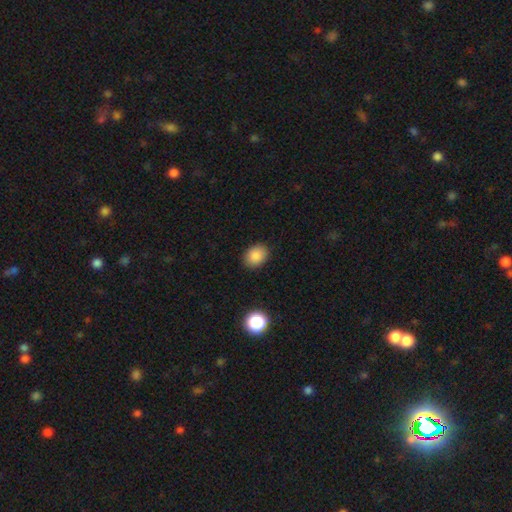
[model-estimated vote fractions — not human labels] smooth_or_featured: smooth (p=0.87) [alt: star or artifact p=0.09]
how_rounded: in between (p=0.59) [alt: round p=0.40]
merging: none (p=0.88) [alt: minor disturbance p=0.08]